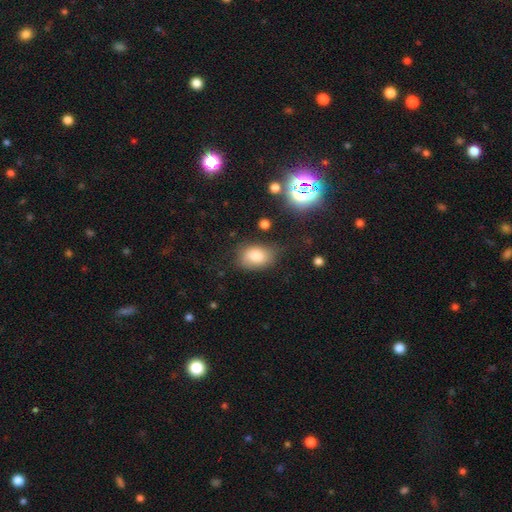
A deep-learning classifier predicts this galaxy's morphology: The model was most divided on "merging": none: 70%, minor disturbance: 21%, major disturbance: 6%, merger: 3%. More confident: how rounded — in between (84%); smooth or featured — smooth (80%).